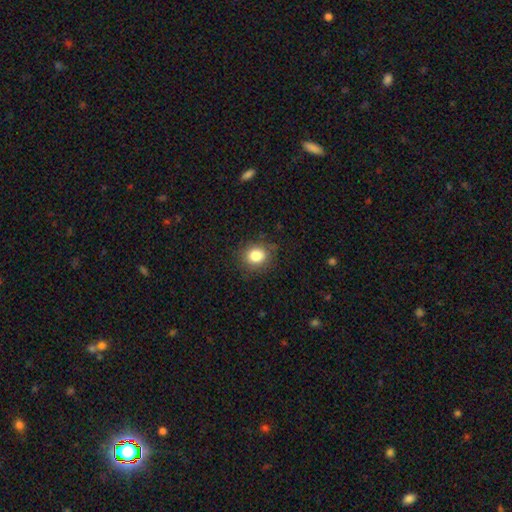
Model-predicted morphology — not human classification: smooth-or-featured: smooth: 83% | star or artifact: 10% | featured or disk: 7%
  how-rounded: round: 74% | in between: 25% | cigar-shaped: 1%
  merging: none: 83% | minor disturbance: 12% | major disturbance: 4% | merger: 1%